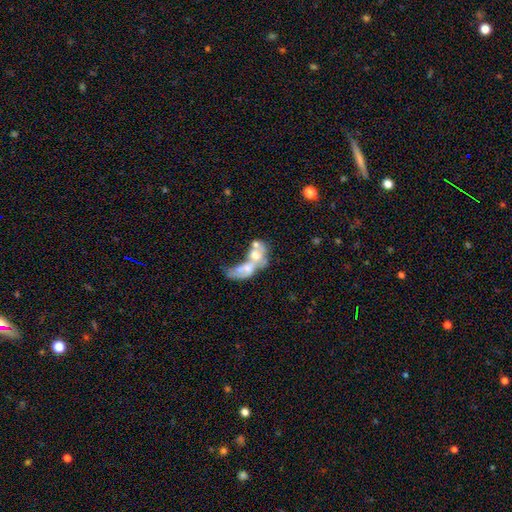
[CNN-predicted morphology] This appears to be a featured or disk galaxy (49%). Merging: merger (71%).